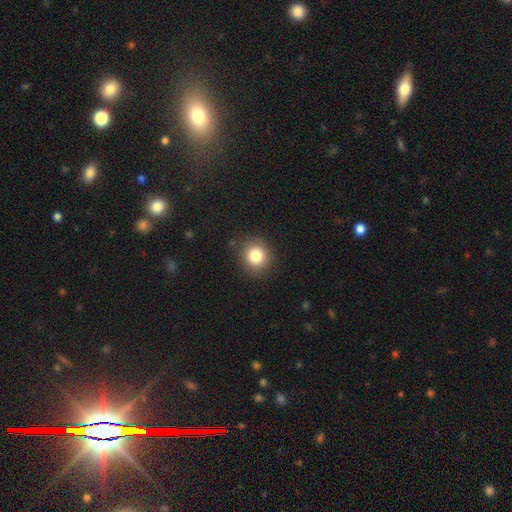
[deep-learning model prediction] Smooth or featured? Predicted: smooth (p=0.83). How rounded? Predicted: round (p=0.85). Merging? Predicted: none (p=0.89).